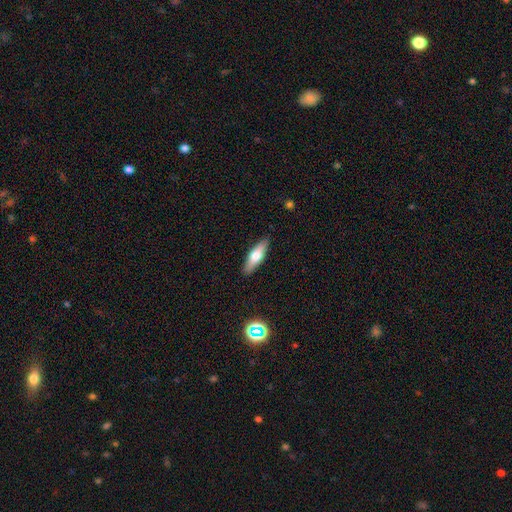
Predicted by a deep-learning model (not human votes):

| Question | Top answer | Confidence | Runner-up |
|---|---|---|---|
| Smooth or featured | smooth | 61% | featured or disk (32%) |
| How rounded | cigar-shaped | 53% | in between (45%) |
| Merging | none | 88% | minor disturbance (9%) |